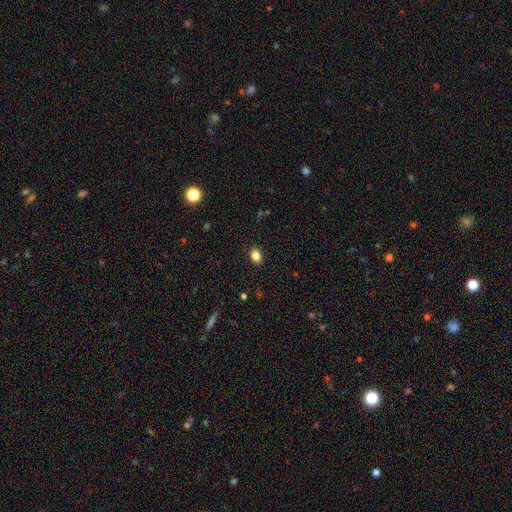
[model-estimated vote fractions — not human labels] The model was most divided on "how rounded": in between: 72%, round: 27%, cigar-shaped: 1%. More confident: merging — none (89%); smooth or featured — smooth (85%).